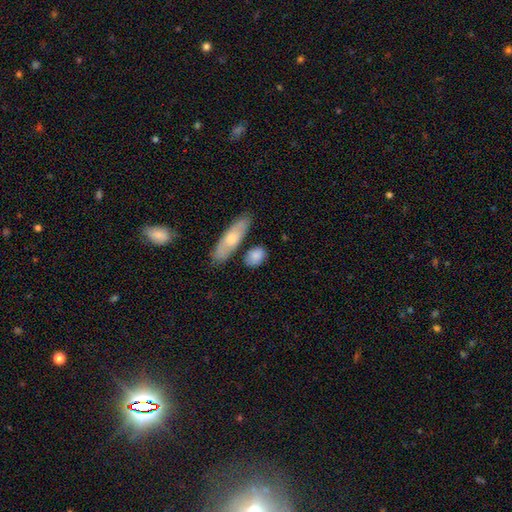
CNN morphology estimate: smooth-or-featured: smooth: 79% | featured or disk: 15% | star or artifact: 6%
  how-rounded: in between: 69% | round: 18% | cigar-shaped: 13%
  merging: none: 70% | minor disturbance: 14% | merger: 11% | major disturbance: 4%